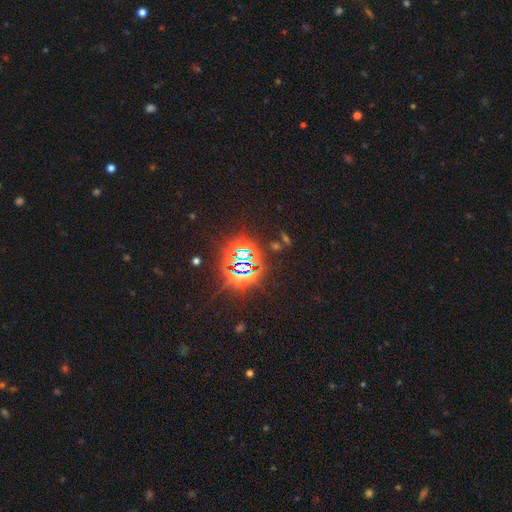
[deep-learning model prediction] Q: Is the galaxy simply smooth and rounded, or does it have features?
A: star or artifact — 81%.